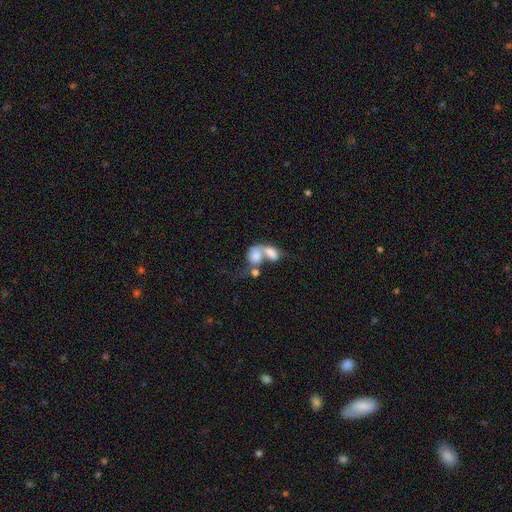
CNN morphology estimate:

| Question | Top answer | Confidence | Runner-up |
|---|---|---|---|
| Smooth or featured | smooth | 67% | featured or disk (23%) |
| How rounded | in between | 74% | round (23%) |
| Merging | merger | 74% | major disturbance (11%) |